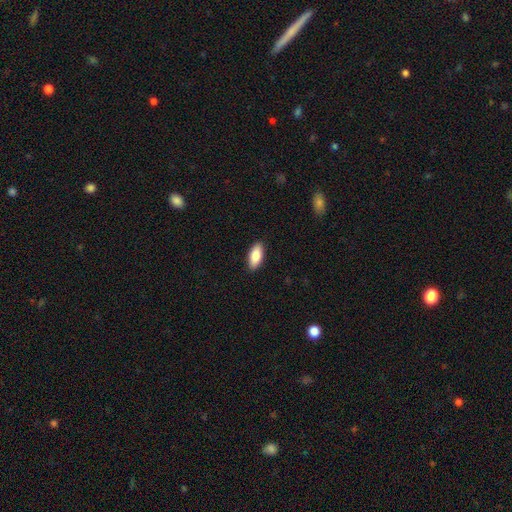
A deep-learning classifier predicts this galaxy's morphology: smooth-or-featured: smooth: 85% | featured or disk: 9% | star or artifact: 6%
  how-rounded: in between: 84% | cigar-shaped: 14% | round: 2%
  merging: none: 90% | minor disturbance: 8% | major disturbance: 2% | merger: 1%